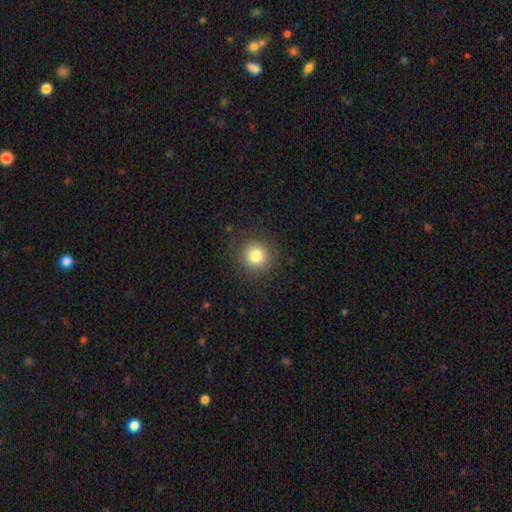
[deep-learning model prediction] Overall: smooth (81%). How rounded: round (94%). Merging: none (88%).